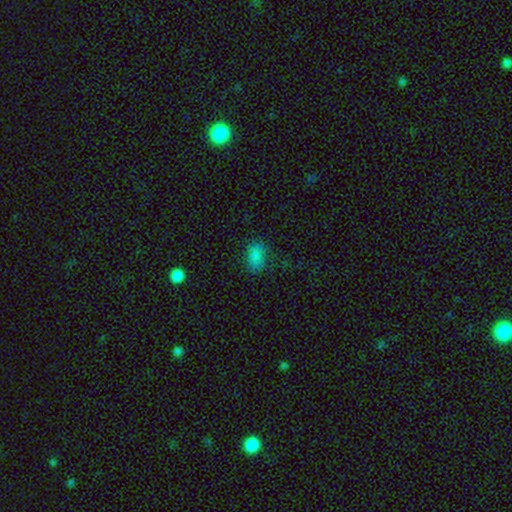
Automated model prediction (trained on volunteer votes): A smooth galaxy with no disk features (83%) that is in between round and cigar-shaped (88%).

Vote fractions:
- Smooth or featured? smooth: 83% / star or artifact: 12% / featured or disk: 5%
- How rounded? in between: 88% / round: 10% / cigar-shaped: 2%
- Merging? none: 80% / minor disturbance: 15% / major disturbance: 4% / merger: 1%